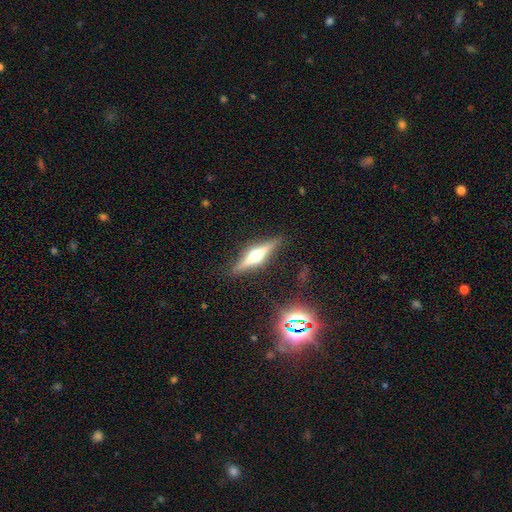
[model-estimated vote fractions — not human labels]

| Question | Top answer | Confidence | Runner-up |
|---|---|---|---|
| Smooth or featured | featured or disk | 73% | smooth (20%) |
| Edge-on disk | yes | 97% | no (3%) |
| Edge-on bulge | rounded | 94% | boxy (4%) |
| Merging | none | 88% | minor disturbance (9%) |